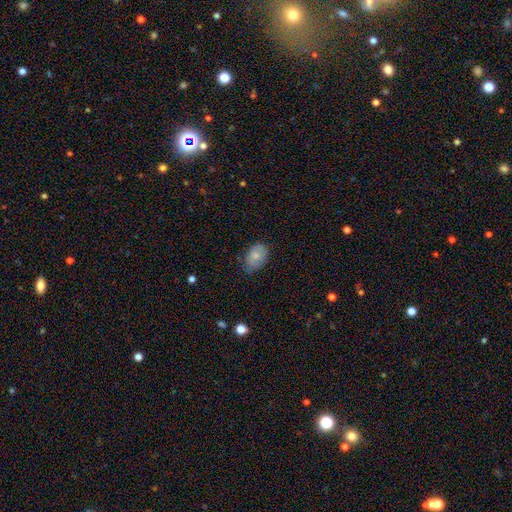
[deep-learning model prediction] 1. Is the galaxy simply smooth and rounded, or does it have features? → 74% smooth, 19% featured or disk, 7% star or artifact.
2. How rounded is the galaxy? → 84% in between, 15% round, 1% cigar-shaped.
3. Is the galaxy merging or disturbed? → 66% none, 27% minor disturbance, 6% major disturbance, 1% merger.